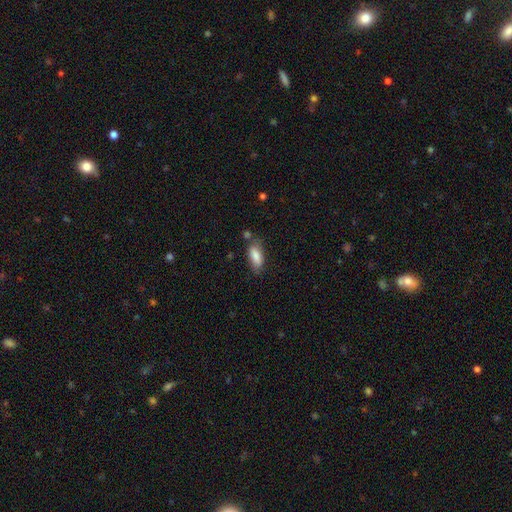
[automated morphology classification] type=smooth (82%); roundness=in between (73%); merging=none (66%).